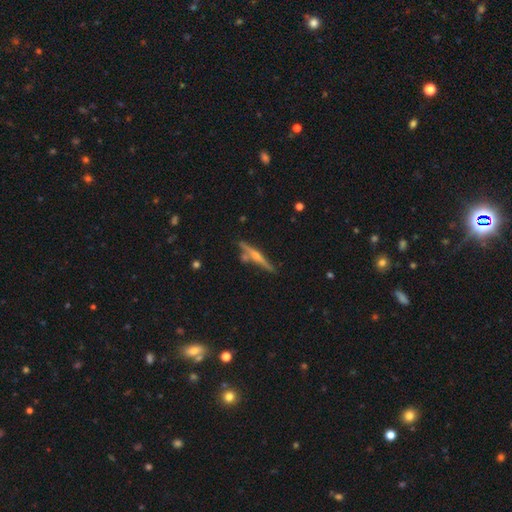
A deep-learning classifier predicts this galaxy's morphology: type=featured or disk (70%); edge-on=yes (97%); edge-on bulge=rounded (83%); merging=none (75%).